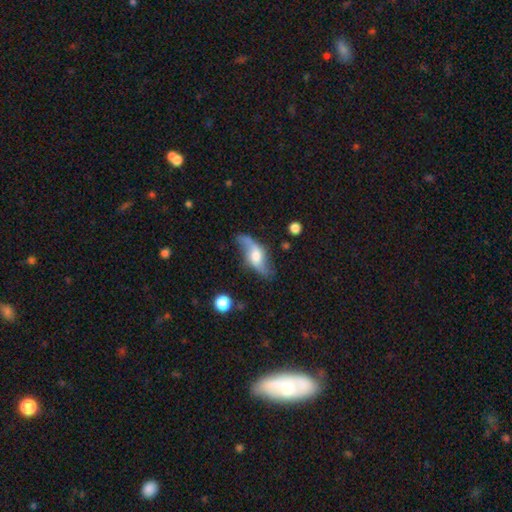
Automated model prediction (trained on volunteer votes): featured or disk 68%, smooth 26%, star or artifact 7%. Down the decision tree: edge-on disk — no (82%); bar — no (47%); spiral arms — yes (88%); bulge size — moderate (52%); merging — none (60%).